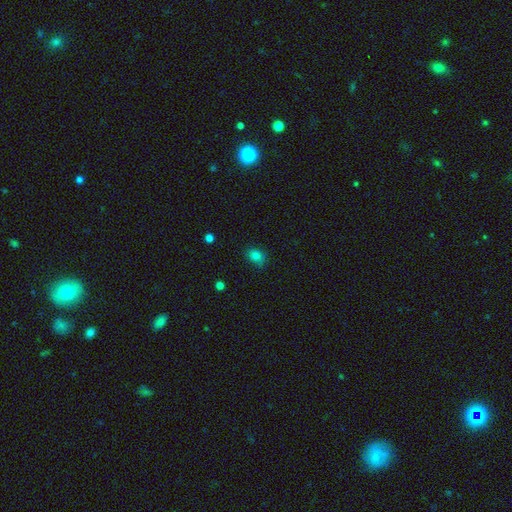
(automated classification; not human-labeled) A smooth galaxy with no disk features (81%) that is in between round and cigar-shaped (57%).

Vote fractions:
- Smooth or featured? smooth: 81% / star or artifact: 14% / featured or disk: 6%
- How rounded? in between: 57% / round: 42% / cigar-shaped: 1%
- Merging? none: 74% / minor disturbance: 21% / major disturbance: 4% / merger: 1%